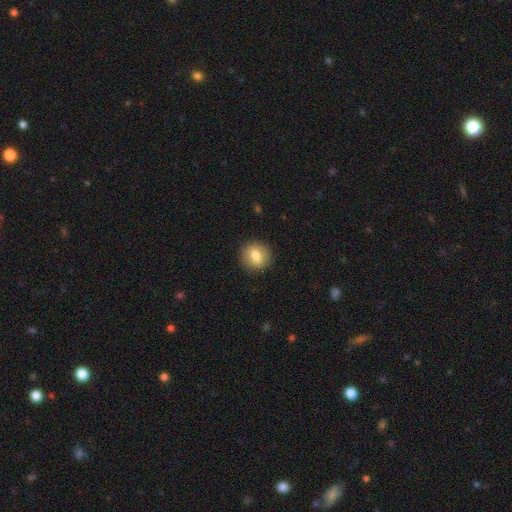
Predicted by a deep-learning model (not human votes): Overall: smooth (75%). How rounded: round (81%). Merging: none (89%).